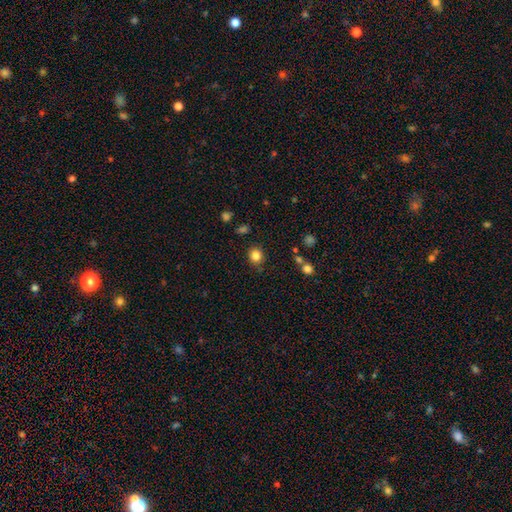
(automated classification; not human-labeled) Q: Smooth or featured?
A: smooth (84%); runner-up: star or artifact (11%)
Q: How rounded?
A: round (81%); runner-up: in between (19%)
Q: Merging?
A: none (85%); runner-up: minor disturbance (10%)